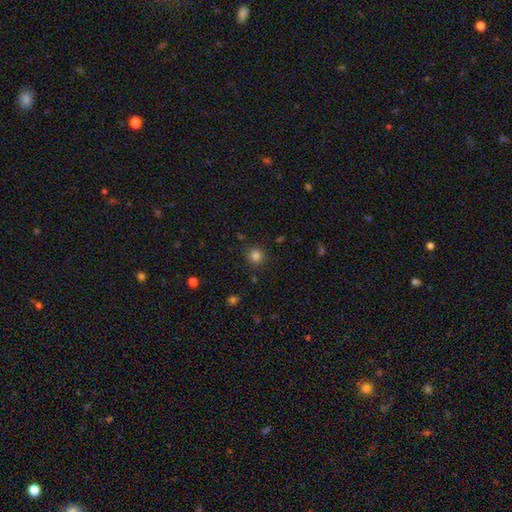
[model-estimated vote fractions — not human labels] Smooth or featured? Predicted: smooth (p=0.82). How rounded? Predicted: round (p=0.92). Merging? Predicted: none (p=0.88).